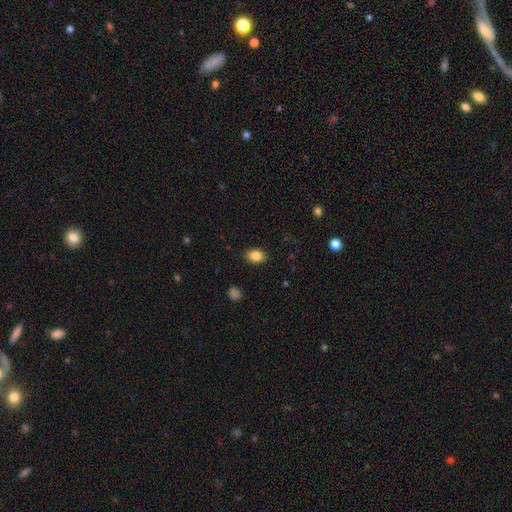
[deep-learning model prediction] Smooth or featured: smooth — 86% (star or artifact — 9%)
How rounded: in between — 71% (round — 28%)
Merging: none — 88% (minor disturbance — 9%)